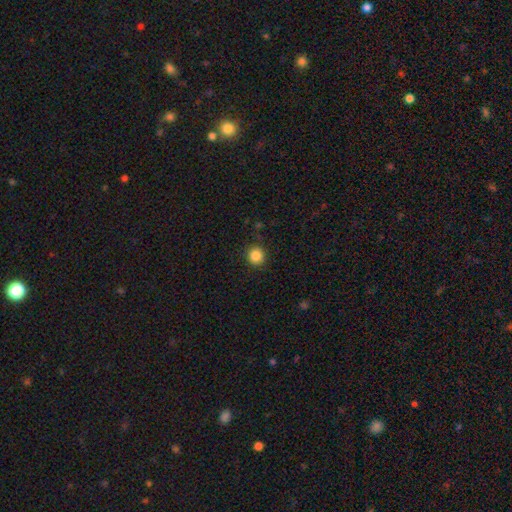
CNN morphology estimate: Q: Smooth or featured?
A: smooth (86%); runner-up: star or artifact (10%)
Q: How rounded?
A: round (92%); runner-up: in between (7%)
Q: Merging?
A: none (90%); runner-up: minor disturbance (7%)